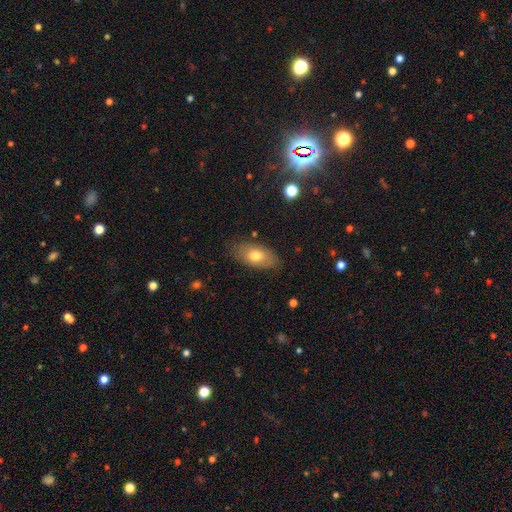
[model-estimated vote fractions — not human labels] smooth 73%, featured or disk 20%, star or artifact 7%. Down the decision tree: how rounded — in between (91%); merging — none (79%).